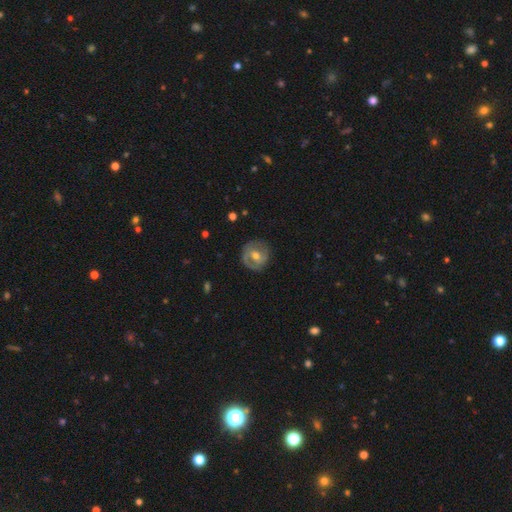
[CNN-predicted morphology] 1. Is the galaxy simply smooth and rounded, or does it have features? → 61% featured or disk, 33% smooth, 6% star or artifact.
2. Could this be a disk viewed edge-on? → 96% no, 4% yes.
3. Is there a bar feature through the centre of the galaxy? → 46% no, 40% weak, 14% strong.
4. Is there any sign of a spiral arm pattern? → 59% yes, 41% no.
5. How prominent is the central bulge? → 73% moderate, 21% small, 4% large, 1% none, 1% dominant.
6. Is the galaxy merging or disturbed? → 79% none, 14% minor disturbance, 5% major disturbance, 1% merger.